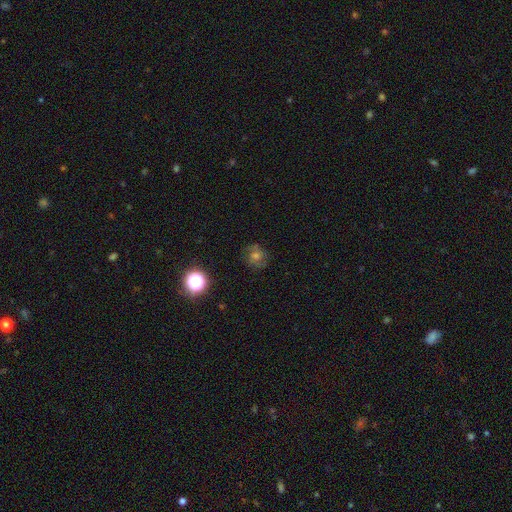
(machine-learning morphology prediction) Q: Smooth or featured?
A: smooth (44%); runner-up: featured or disk (31%)
Q: Merging?
A: none (78%); runner-up: minor disturbance (15%)